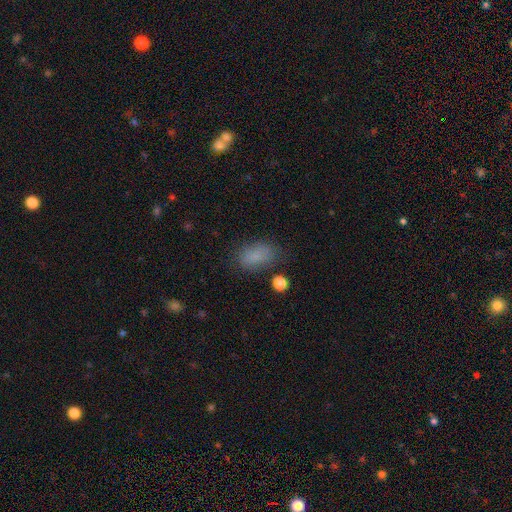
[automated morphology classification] The model was most divided on "merging": none: 73%, minor disturbance: 18%, major disturbance: 6%, merger: 3%. More confident: how rounded — in between (89%); smooth or featured — smooth (81%).